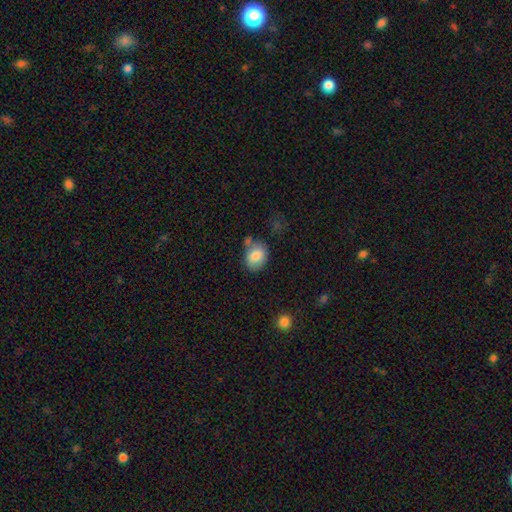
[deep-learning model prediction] Smooth or featured? smooth (80%)
How rounded? in between (56%)
Merging? none (57%)